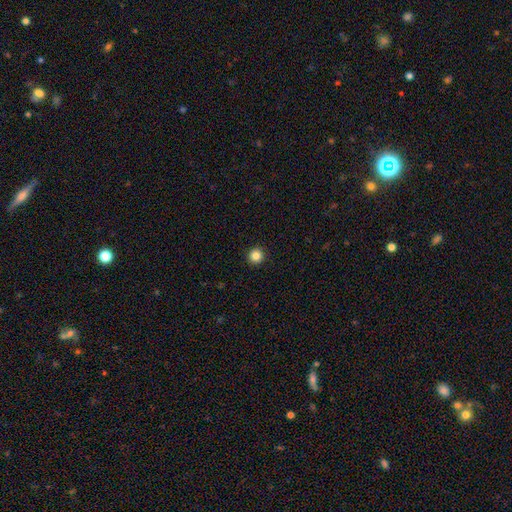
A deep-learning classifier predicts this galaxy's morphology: type=smooth (85%); roundness=round (95%); merging=none (94%).